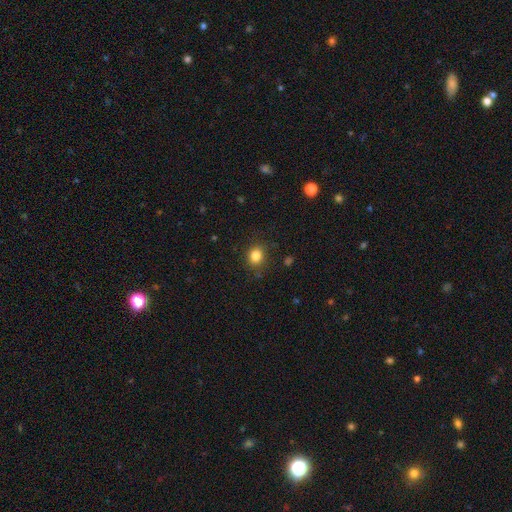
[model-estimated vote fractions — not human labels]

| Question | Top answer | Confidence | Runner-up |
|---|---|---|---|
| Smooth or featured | smooth | 83% | star or artifact (12%) |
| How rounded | round | 70% | in between (29%) |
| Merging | none | 85% | minor disturbance (11%) |